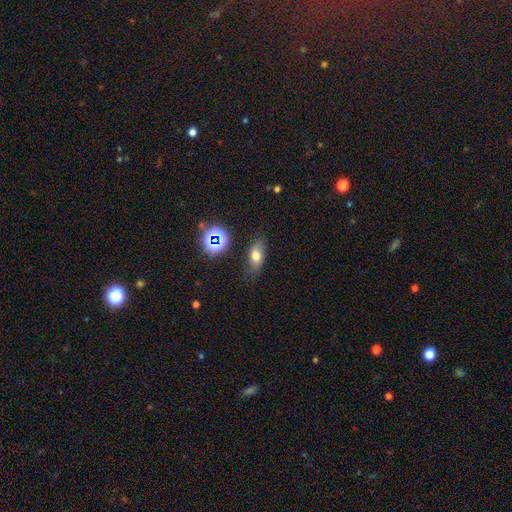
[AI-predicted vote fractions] This appears to be a smooth galaxy with no disk features (67%) that is in between round and cigar-shaped (77%). Merging: none (77%).